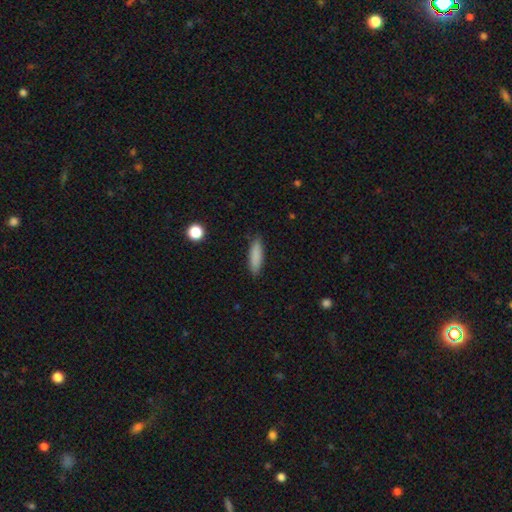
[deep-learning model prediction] Overall: smooth (86%). How rounded: cigar-shaped (66%; in between 32%). Merging: none (87%).